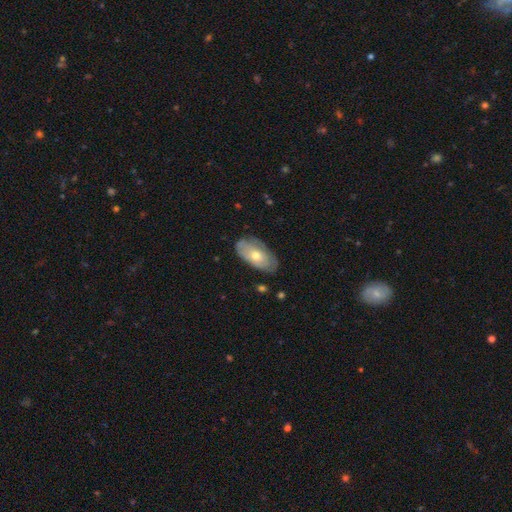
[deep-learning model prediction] This is possibly a smooth galaxy (54%). How rounded: clearly in between (92%). Merging: likely none (75%).